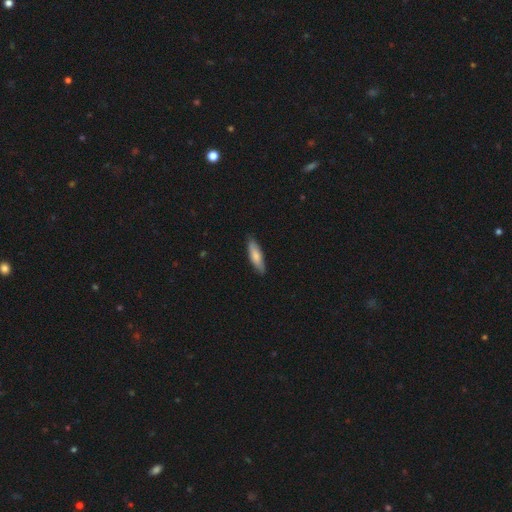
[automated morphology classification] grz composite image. It shows a smooth galaxy with no disk features (76%) that is cigar-shaped (59%). Merging: none (87%).